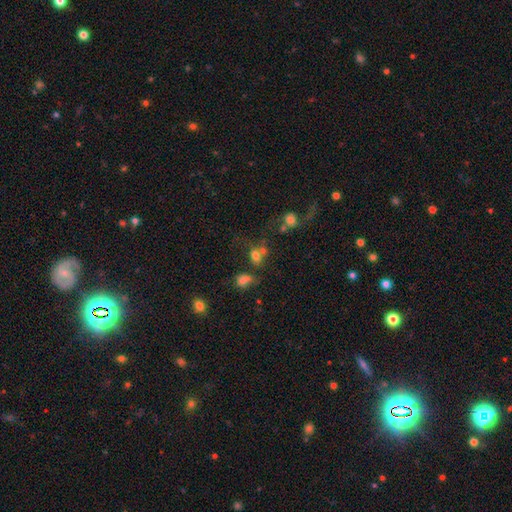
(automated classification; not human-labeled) This appears to be a smooth galaxy with no disk features (71%) that is in between round and cigar-shaped (56%). Merging: none (41%).